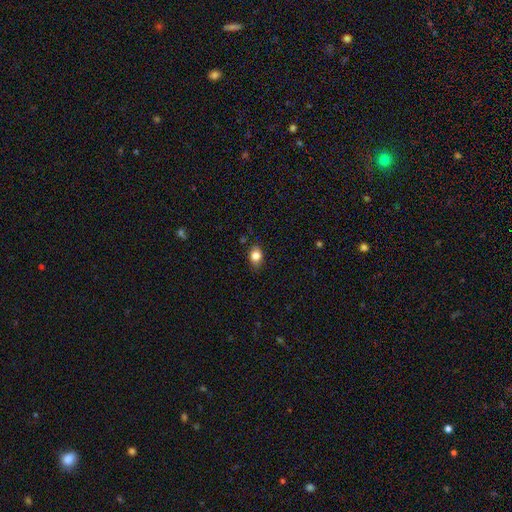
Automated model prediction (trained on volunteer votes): This is clearly a smooth galaxy (83%). How rounded: likely in between (66%). Merging: clearly none (81%).